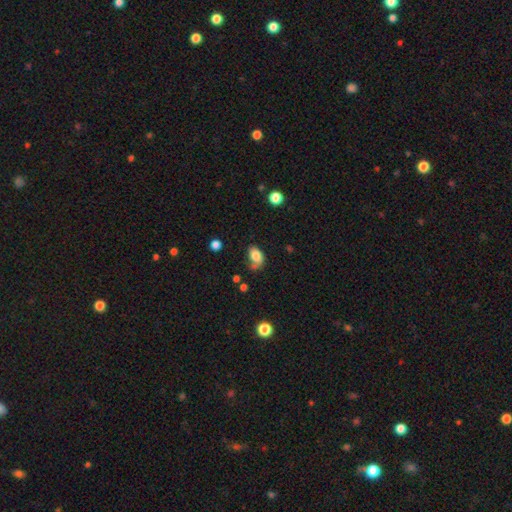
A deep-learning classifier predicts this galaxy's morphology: smooth-or-featured: smooth: 76% | featured or disk: 14% | star or artifact: 9%
  how-rounded: in between: 84% | round: 15% | cigar-shaped: 2%
  merging: none: 44% | minor disturbance: 30% | major disturbance: 18% | merger: 9%